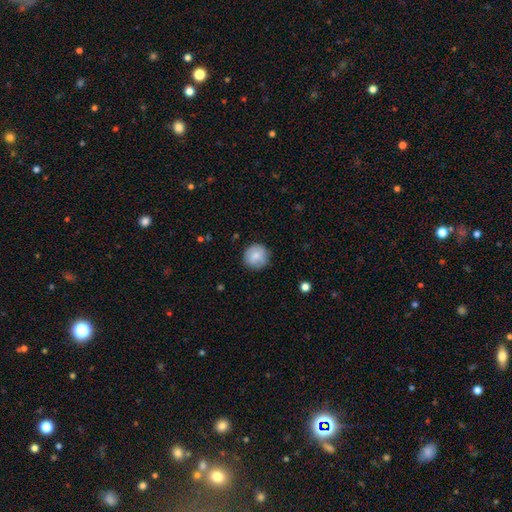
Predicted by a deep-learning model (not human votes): A smooth galaxy with no disk features (79%) that is round (93%).

Vote fractions:
- Smooth or featured? smooth: 79% / featured or disk: 14% / star or artifact: 7%
- How rounded? round: 93% / in between: 6% / cigar-shaped: 1%
- Merging? none: 86% / minor disturbance: 11% / major disturbance: 2% / merger: 1%